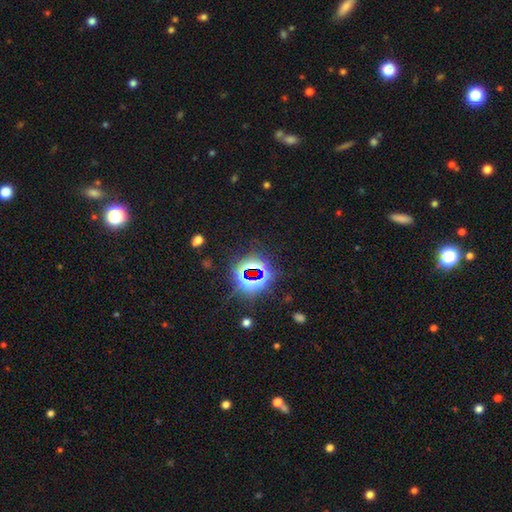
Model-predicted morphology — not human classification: A star or artifact, not a galaxy (76%).

Vote fractions:
- Smooth or featured? star or artifact: 76% / smooth: 14% / featured or disk: 9%